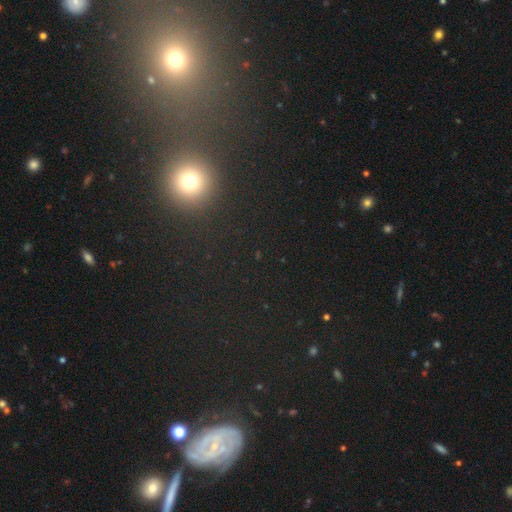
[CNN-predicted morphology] Smooth or featured: star or artifact — 49% (smooth — 38%)